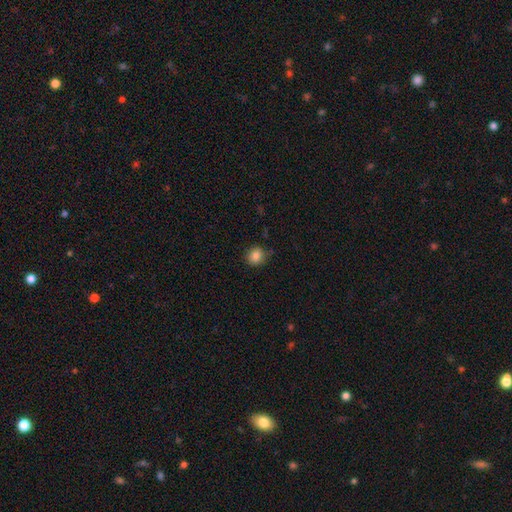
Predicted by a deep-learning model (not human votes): This is clearly a smooth galaxy (84%). How rounded: clearly round (85%). Merging: clearly none (83%).